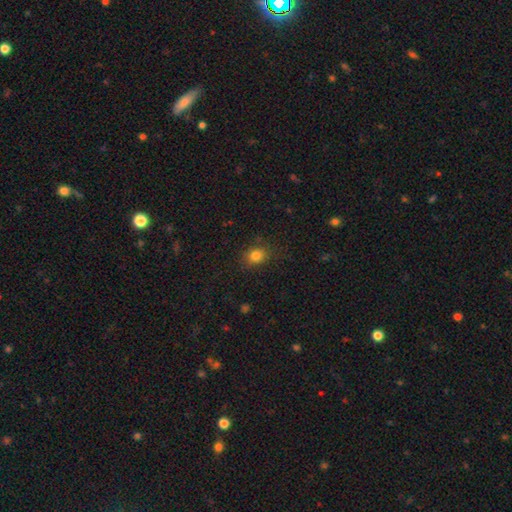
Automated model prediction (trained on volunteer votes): Smooth or featured: smooth — 81% (star or artifact — 13%)
How rounded: round — 61% (in between — 38%)
Merging: none — 84% (minor disturbance — 11%)